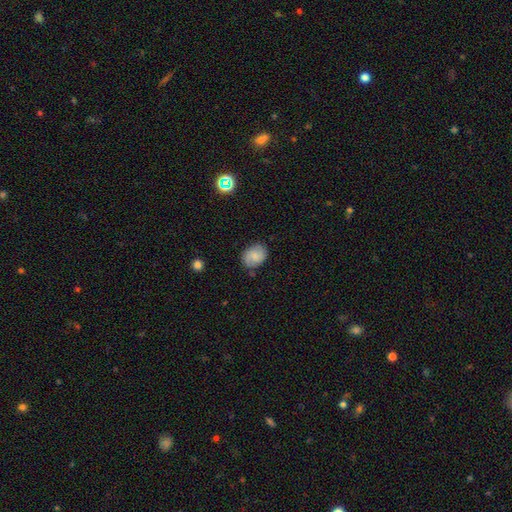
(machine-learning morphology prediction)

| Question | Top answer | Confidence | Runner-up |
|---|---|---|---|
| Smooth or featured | smooth | 50% | featured or disk (41%) |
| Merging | none | 75% | minor disturbance (19%) |